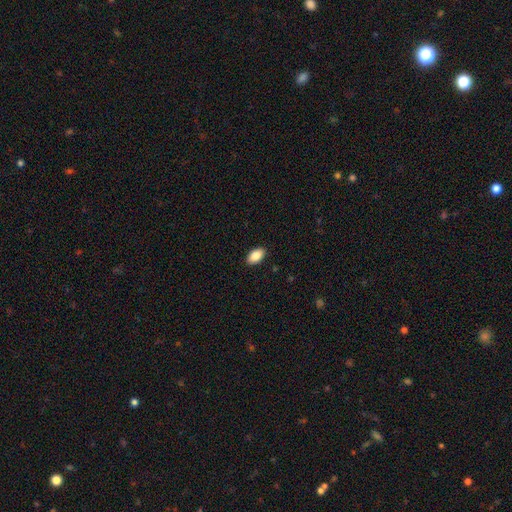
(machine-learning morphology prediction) Smooth or featured: smooth — 87% (star or artifact — 7%)
How rounded: in between — 94% (round — 4%)
Merging: none — 90% (minor disturbance — 7%)